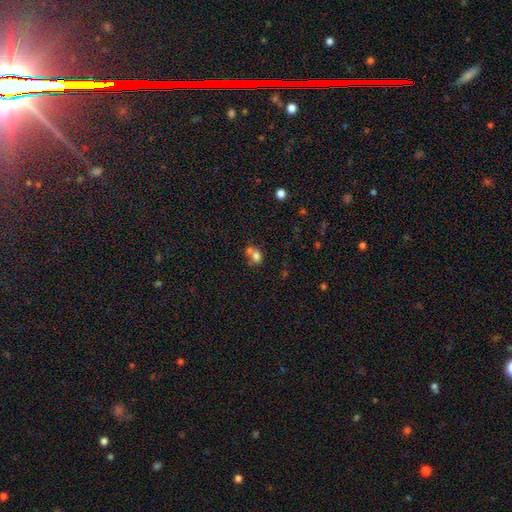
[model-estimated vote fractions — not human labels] smooth_or_featured: smooth (p=0.74) [alt: featured or disk p=0.14]
how_rounded: round (p=0.60) [alt: in between p=0.39]
merging: merger (p=0.51) [alt: none p=0.32]